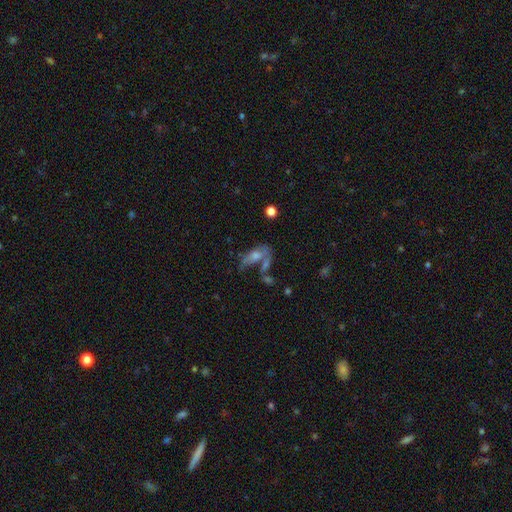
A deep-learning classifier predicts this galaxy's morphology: Smooth or featured? featured or disk (45%)
Merging? merger (33%)